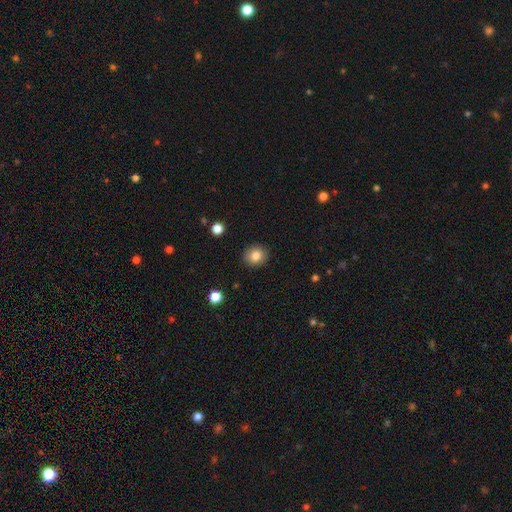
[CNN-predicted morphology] Smooth or featured? Predicted: smooth (p=0.83). How rounded? Predicted: round (p=0.81). Merging? Predicted: none (p=0.89).